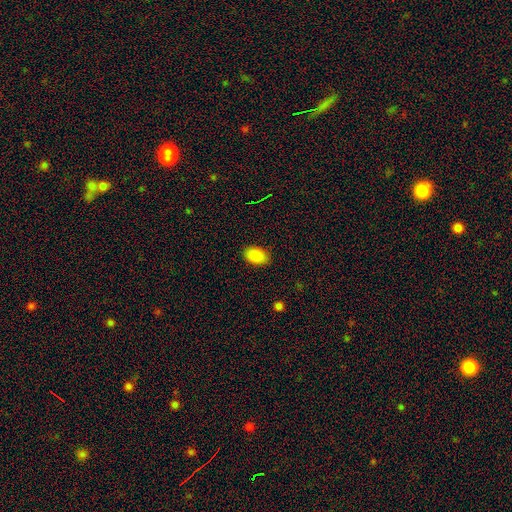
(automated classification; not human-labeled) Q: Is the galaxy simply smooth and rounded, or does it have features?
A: smooth — 88%.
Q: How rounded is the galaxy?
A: in between — 89%.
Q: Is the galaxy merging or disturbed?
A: none — 87%.